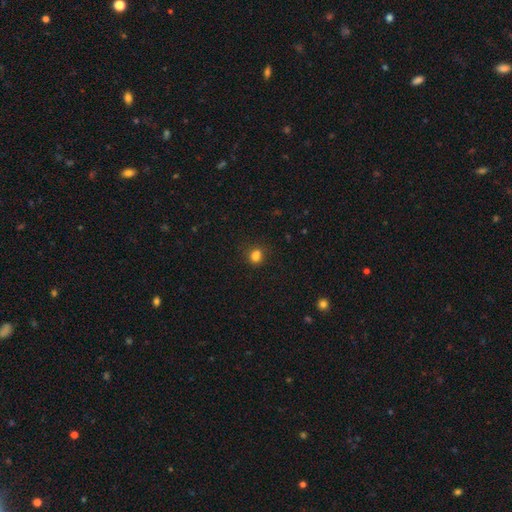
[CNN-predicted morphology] The model was most divided on "how rounded": round: 64%, in between: 35%, cigar-shaped: 1%. More confident: smooth or featured — smooth (80%); merging — none (68%).